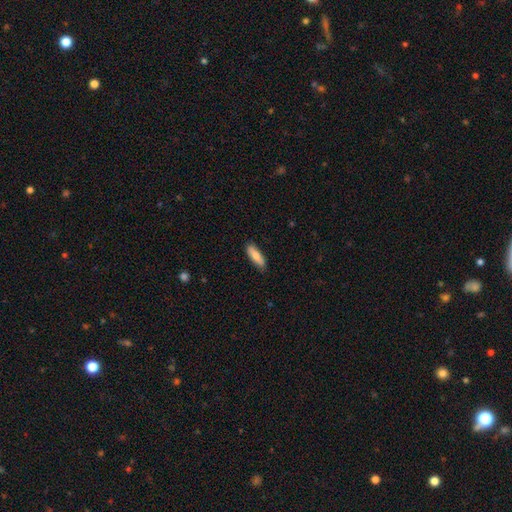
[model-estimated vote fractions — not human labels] The model was most divided on "how rounded": in between: 51%, cigar-shaped: 47%, round: 2%. More confident: merging — none (85%); smooth or featured — smooth (77%).